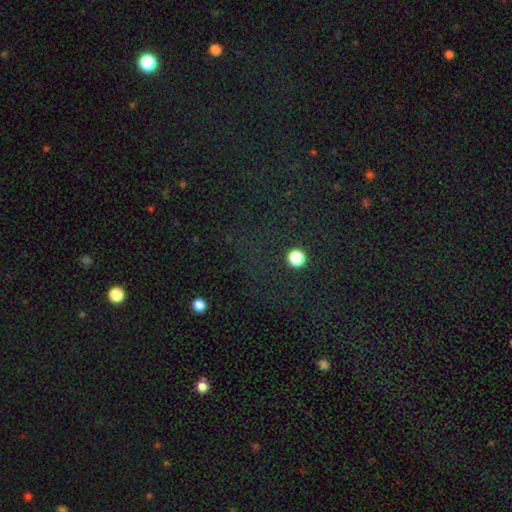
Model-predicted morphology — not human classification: type=star or artifact (71%).